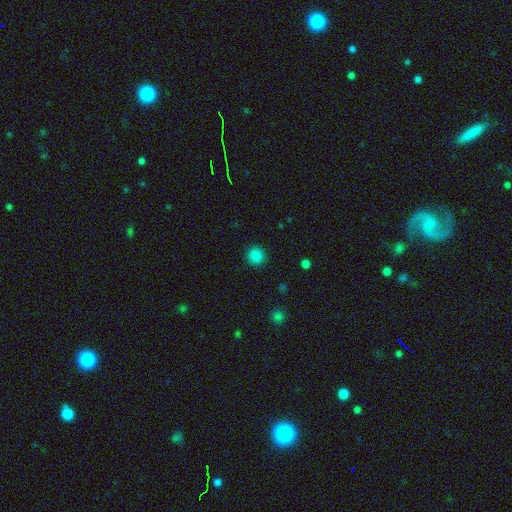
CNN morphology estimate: Overall: smooth (86%). How rounded: round (91%). Merging: none (91%).